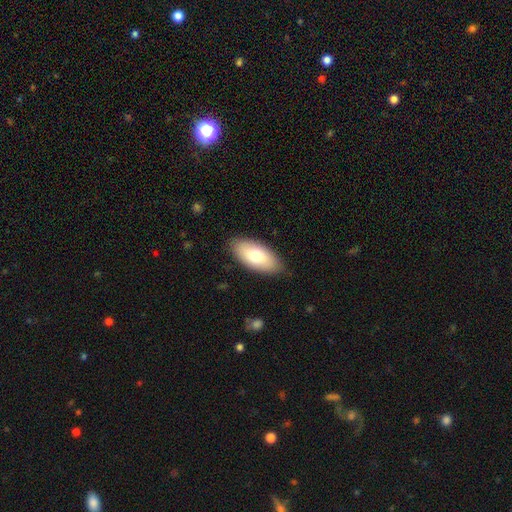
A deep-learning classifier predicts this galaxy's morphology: Smooth or featured? Predicted: smooth (p=0.74). How rounded? Predicted: in between (p=0.91). Merging? Predicted: none (p=0.85).